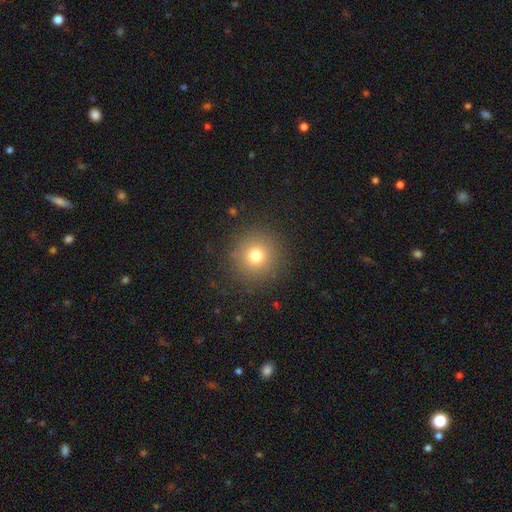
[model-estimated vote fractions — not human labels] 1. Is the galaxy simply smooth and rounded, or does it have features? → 75% smooth, 16% star or artifact, 10% featured or disk.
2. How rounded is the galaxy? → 95% round, 4% in between, 1% cigar-shaped.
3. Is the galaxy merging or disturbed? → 89% none, 7% minor disturbance, 3% major disturbance, 1% merger.